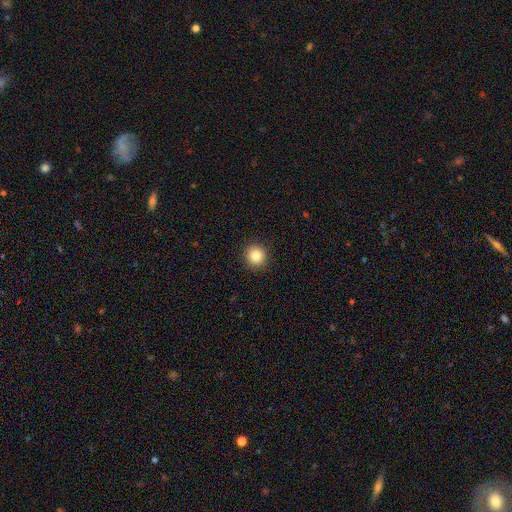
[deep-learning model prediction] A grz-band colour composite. It shows a smooth galaxy with no disk features (84%) that is round (93%). Merging: none (92%).